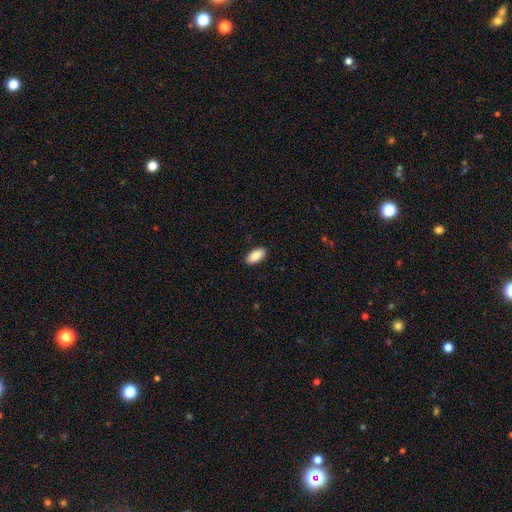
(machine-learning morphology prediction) A smooth galaxy with no disk features (88%) that is in between round and cigar-shaped (92%).

Vote fractions:
- Smooth or featured? smooth: 88% / star or artifact: 6% / featured or disk: 6%
- How rounded? in between: 92% / cigar-shaped: 6% / round: 2%
- Merging? none: 90% / minor disturbance: 8% / major disturbance: 2% / merger: 1%